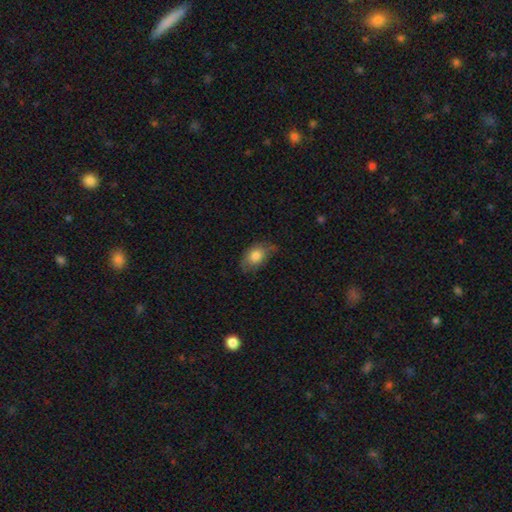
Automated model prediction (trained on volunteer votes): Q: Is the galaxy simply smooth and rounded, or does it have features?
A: smooth — 76%.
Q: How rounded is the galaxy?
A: in between — 82%.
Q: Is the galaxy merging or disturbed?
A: none — 57%.